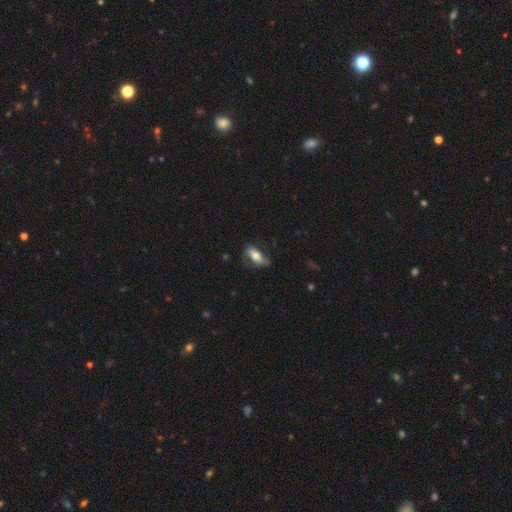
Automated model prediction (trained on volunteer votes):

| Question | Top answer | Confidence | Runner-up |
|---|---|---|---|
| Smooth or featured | smooth | 57% | featured or disk (36%) |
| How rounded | in between | 79% | cigar-shaped (17%) |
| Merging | none | 55% | minor disturbance (29%) |